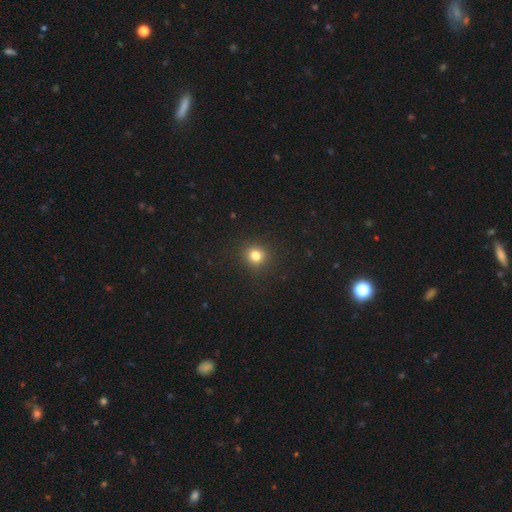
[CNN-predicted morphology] smooth_or_featured: smooth (p=0.81) [alt: star or artifact p=0.14]
how_rounded: round (p=0.89) [alt: in between p=0.10]
merging: none (p=0.91) [alt: minor disturbance p=0.06]